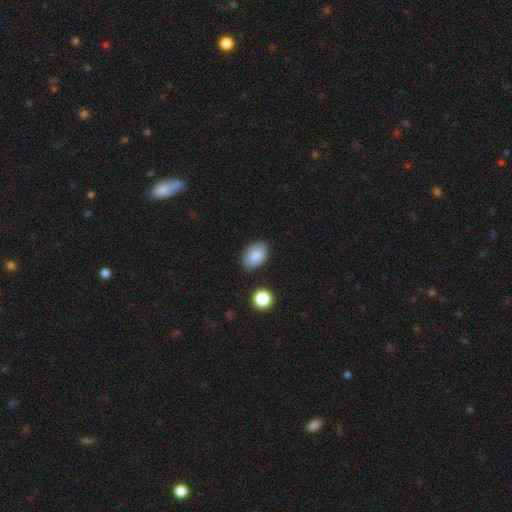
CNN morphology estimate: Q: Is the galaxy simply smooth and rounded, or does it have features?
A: smooth — 87%.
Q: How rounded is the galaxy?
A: in between — 86%.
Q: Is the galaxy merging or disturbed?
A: none — 78%.